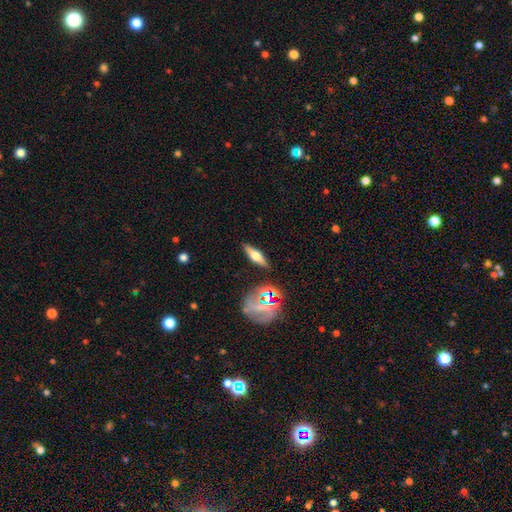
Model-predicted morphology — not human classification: type=featured or disk (49%); merging=none (87%).